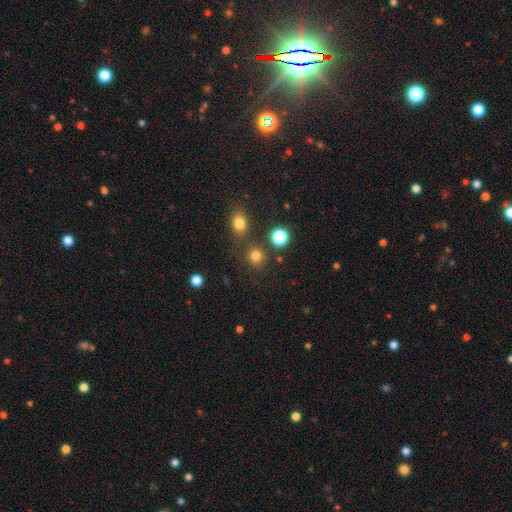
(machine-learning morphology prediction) Q: Smooth or featured?
A: smooth (78%); runner-up: star or artifact (17%)
Q: How rounded?
A: round (84%); runner-up: in between (15%)
Q: Merging?
A: none (77%); runner-up: merger (10%)